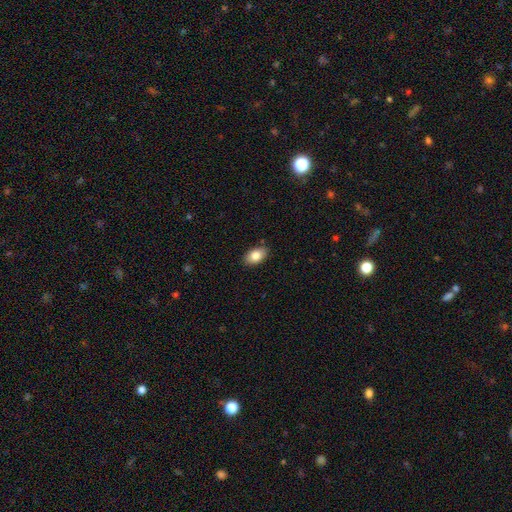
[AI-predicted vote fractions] A smooth galaxy with no disk features (83%) that is in between round and cigar-shaped (90%). Merging: none (87%).